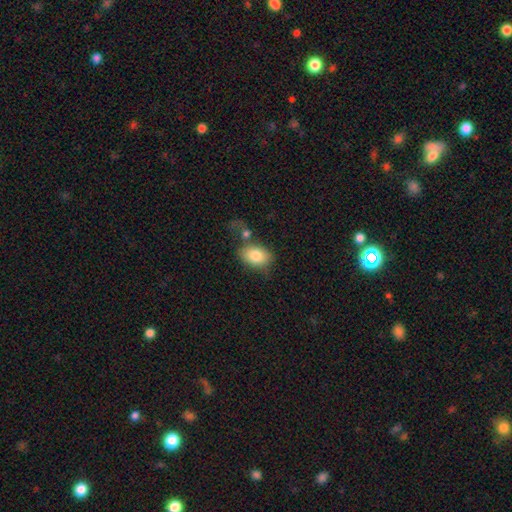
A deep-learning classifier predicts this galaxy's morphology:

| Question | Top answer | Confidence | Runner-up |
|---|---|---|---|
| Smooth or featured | smooth | 82% | featured or disk (11%) |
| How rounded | in between | 80% | round (19%) |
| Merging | none | 57% | minor disturbance (18%) |